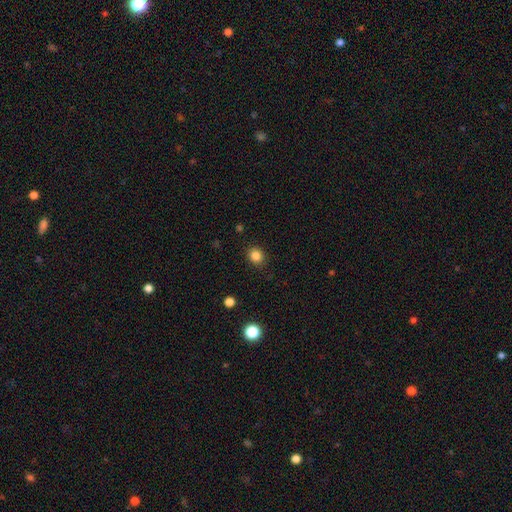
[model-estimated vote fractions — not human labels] A smooth galaxy with no disk features (85%) that is round (75%).

Vote fractions:
- Smooth or featured? smooth: 85% / star or artifact: 11% / featured or disk: 4%
- How rounded? round: 75% / in between: 24% / cigar-shaped: 1%
- Merging? none: 89% / minor disturbance: 8% / major disturbance: 2% / merger: 1%